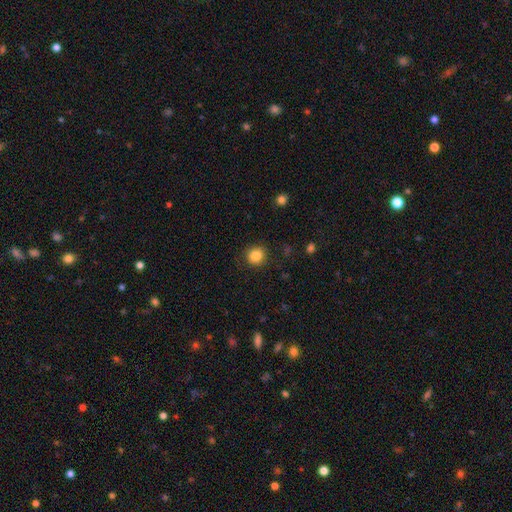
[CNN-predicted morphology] This appears to be a smooth galaxy with no disk features (85%) that is round (91%). Merging: none (89%).